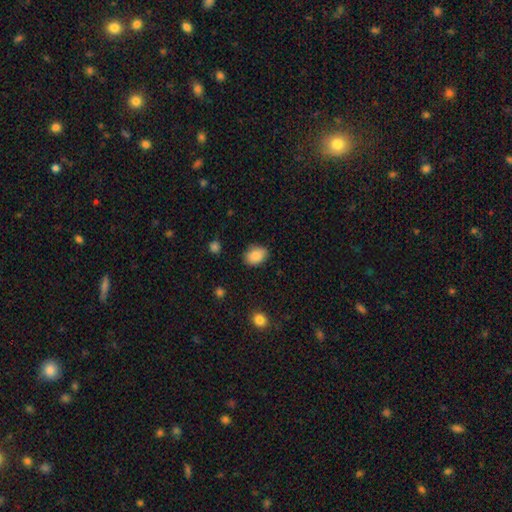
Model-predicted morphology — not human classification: Smooth or featured? smooth (86%)
How rounded? in between (75%)
Merging? none (82%)